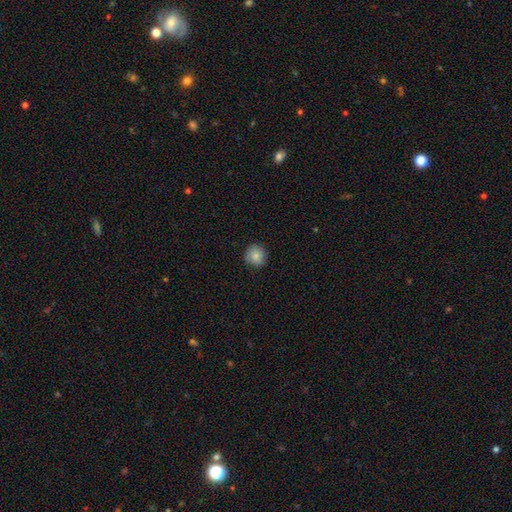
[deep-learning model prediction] smooth 84%, star or artifact 9%, featured or disk 7%. Down the decision tree: how rounded — round (90%); merging — none (84%).